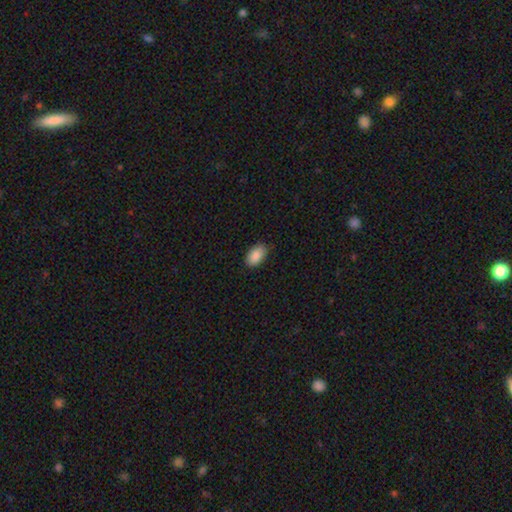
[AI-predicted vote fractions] A smooth galaxy with no disk features (88%) that is in between round and cigar-shaped (93%).

Vote fractions:
- Smooth or featured? smooth: 88% / star or artifact: 7% / featured or disk: 5%
- How rounded? in between: 93% / round: 6% / cigar-shaped: 1%
- Merging? none: 85% / minor disturbance: 12% / major disturbance: 2% / merger: 1%